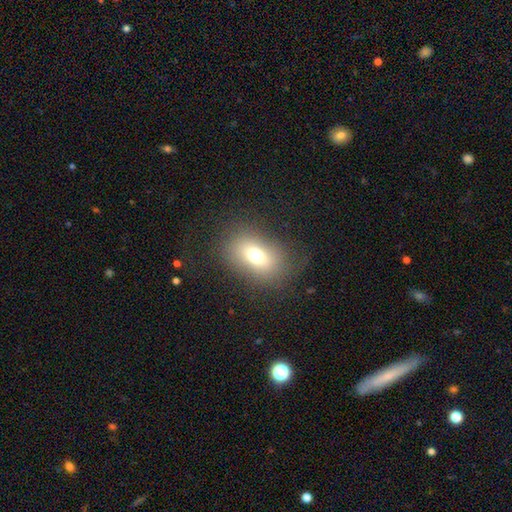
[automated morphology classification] This is likely a smooth galaxy (70%). How rounded: likely in between (70%). Merging: likely none (77%).